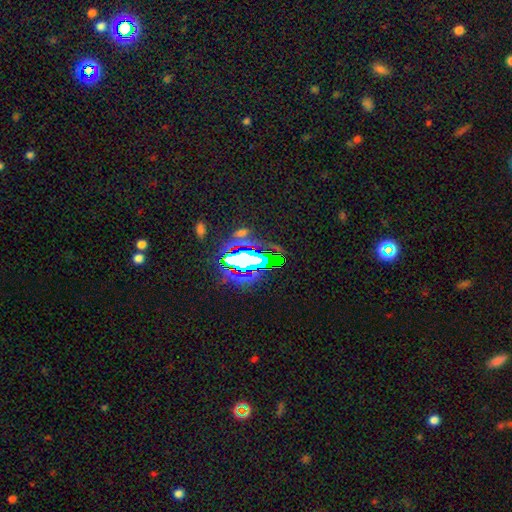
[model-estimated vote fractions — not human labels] Overall: star or artifact (75%).